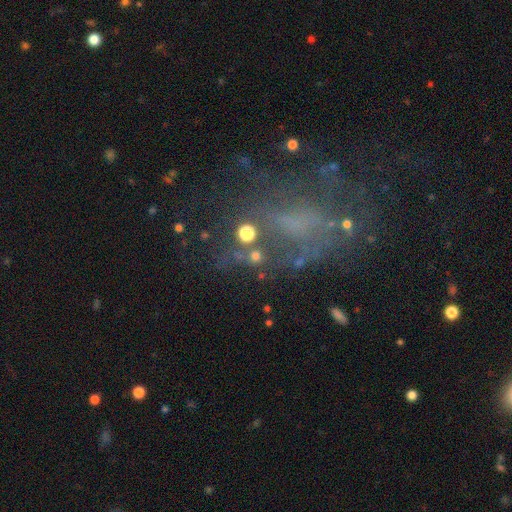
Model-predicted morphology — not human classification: smooth-or-featured: smooth: 41% | star or artifact: 37% | featured or disk: 22%
  merging: none: 60% | minor disturbance: 14% | major disturbance: 14% | merger: 11%